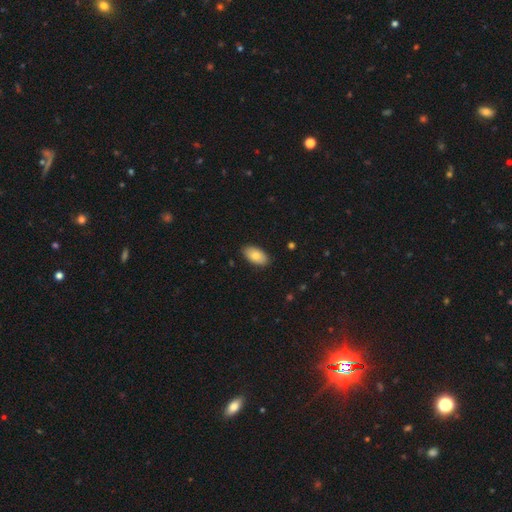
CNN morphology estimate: smooth-or-featured: smooth: 80% | featured or disk: 13% | star or artifact: 6%
  how-rounded: in between: 94% | round: 4% | cigar-shaped: 2%
  merging: none: 88% | minor disturbance: 9% | major disturbance: 2% | merger: 1%